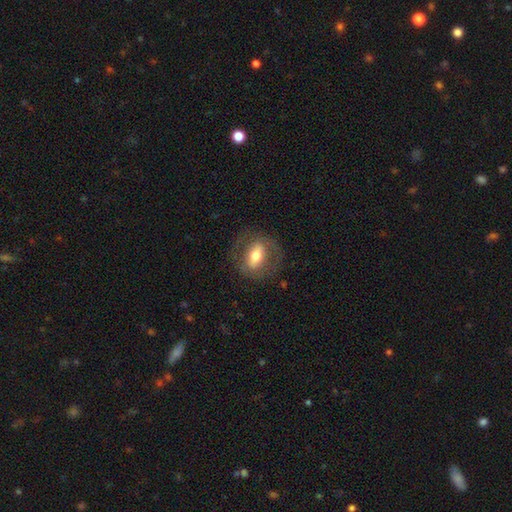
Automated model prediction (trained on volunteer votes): A featured or disk galaxy (49%). Merging: none (75%).